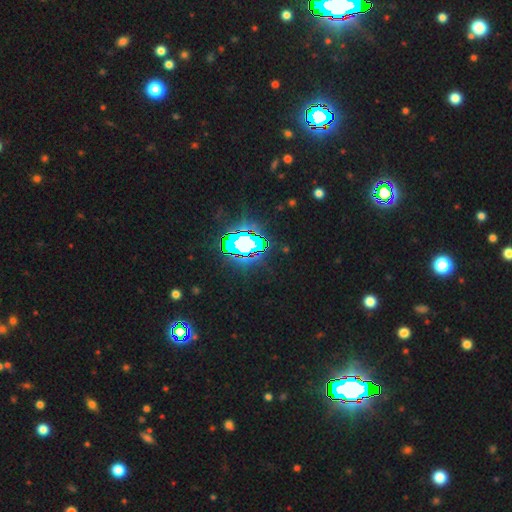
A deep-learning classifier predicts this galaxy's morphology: The model was most divided on "smooth or featured": star or artifact: 84%, smooth: 9%, featured or disk: 7%.